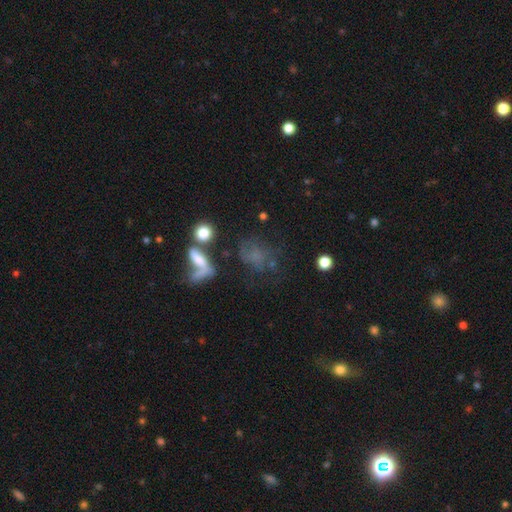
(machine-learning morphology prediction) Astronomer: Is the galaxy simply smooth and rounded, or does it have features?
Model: smooth — 49% (runner-up: featured or disk, 28%).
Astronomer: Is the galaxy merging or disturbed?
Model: none — 37% (runner-up: major disturbance, 26%).